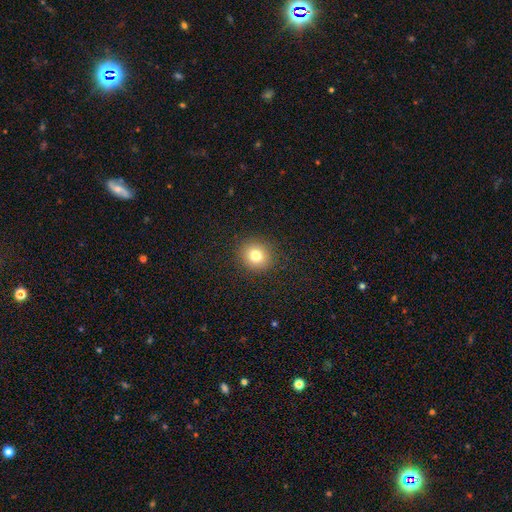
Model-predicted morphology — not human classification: A smooth galaxy with no disk features (80%) that is round (85%).

Vote fractions:
- Smooth or featured? smooth: 80% / star or artifact: 12% / featured or disk: 8%
- How rounded? round: 85% / in between: 14% / cigar-shaped: 1%
- Merging? none: 90% / minor disturbance: 6% / major disturbance: 2% / merger: 1%